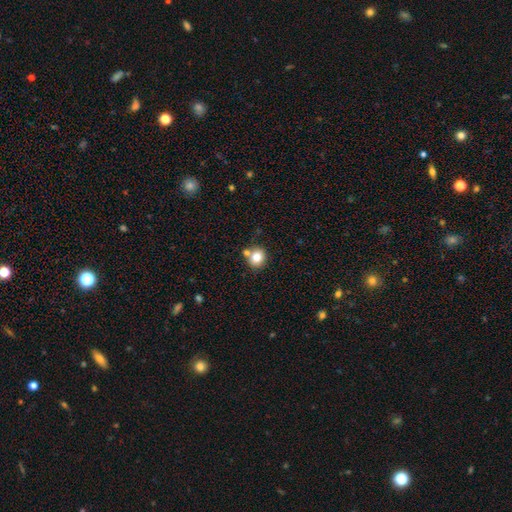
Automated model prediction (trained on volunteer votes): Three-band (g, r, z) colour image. It shows a smooth galaxy with no disk features (80%) that is round (81%). Merging: none (68%).